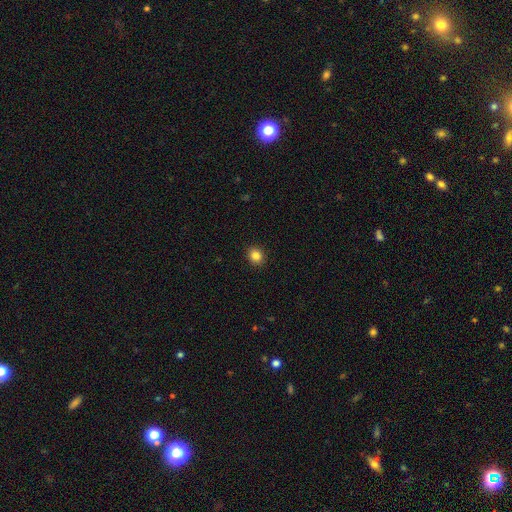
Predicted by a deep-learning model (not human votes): Smooth or featured? smooth (85%)
How rounded? round (75%)
Merging? none (92%)